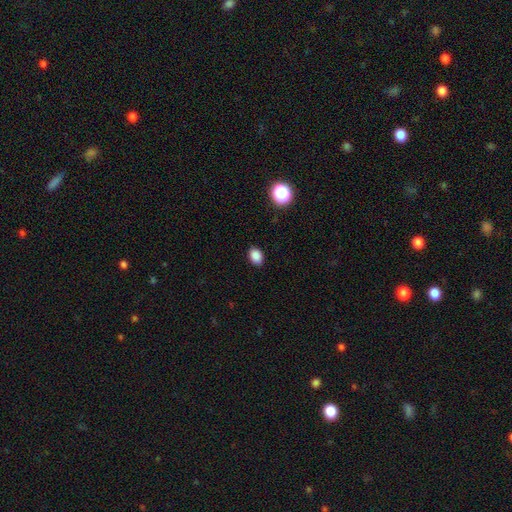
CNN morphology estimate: A smooth galaxy with no disk features (86%) that is in between round and cigar-shaped (72%).

Vote fractions:
- Smooth or featured? smooth: 86% / star or artifact: 11% / featured or disk: 3%
- How rounded? in between: 72% / round: 27% / cigar-shaped: 1%
- Merging? none: 88% / minor disturbance: 9% / major disturbance: 2% / merger: 1%